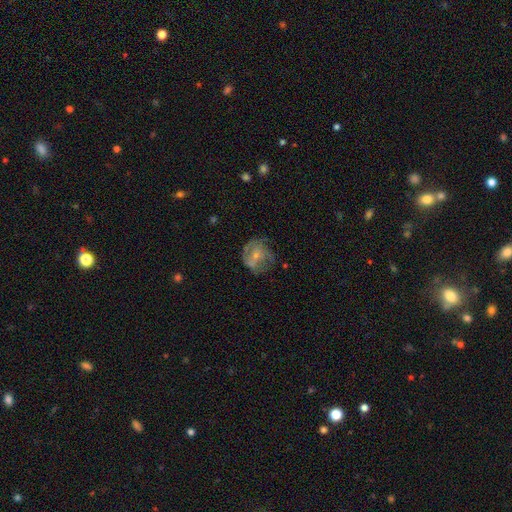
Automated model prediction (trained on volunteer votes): Morphology: type=featured or disk (56%); edge-on=no (97%); bar=no (61%); spiral arms=yes (65%); bulge=small (65%); merging=none (54%).